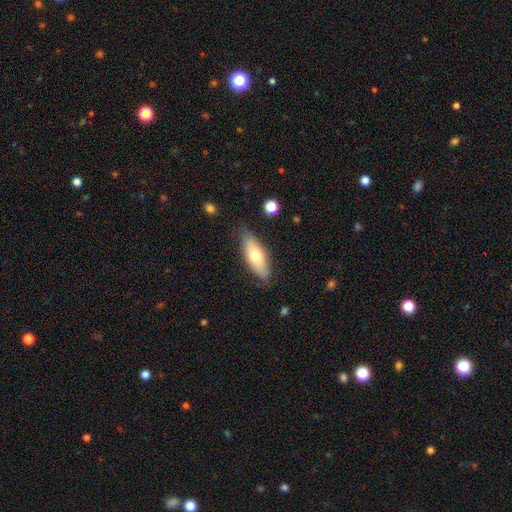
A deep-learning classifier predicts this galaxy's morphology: type=smooth (66%); roundness=in between (71%); merging=none (78%).